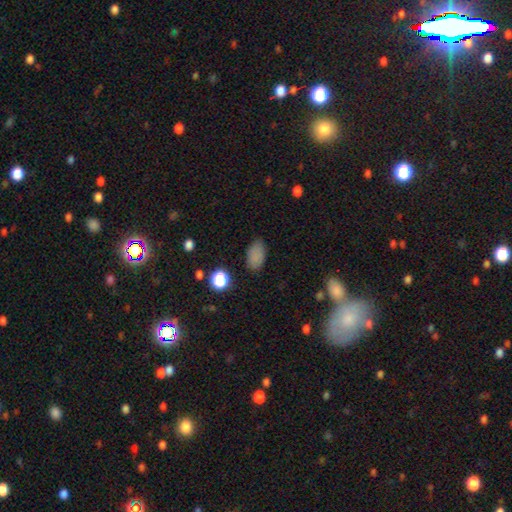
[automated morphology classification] The model was most divided on "merging": none: 78%, minor disturbance: 16%, major disturbance: 4%, merger: 2%. More confident: how rounded — in between (89%); smooth or featured — smooth (81%).